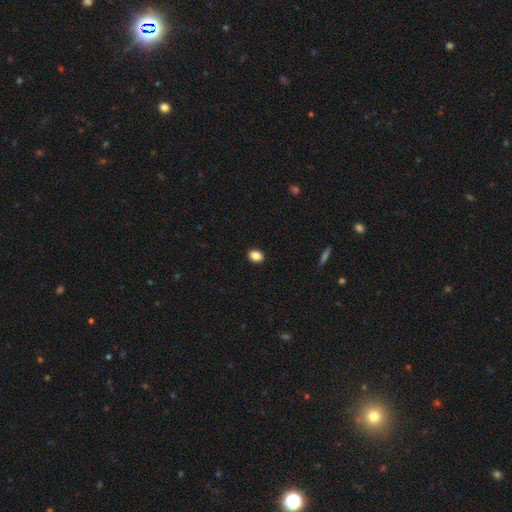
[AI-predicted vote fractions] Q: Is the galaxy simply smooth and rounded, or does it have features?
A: smooth — 87%.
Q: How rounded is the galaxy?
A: in between — 60%.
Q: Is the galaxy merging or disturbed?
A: none — 91%.